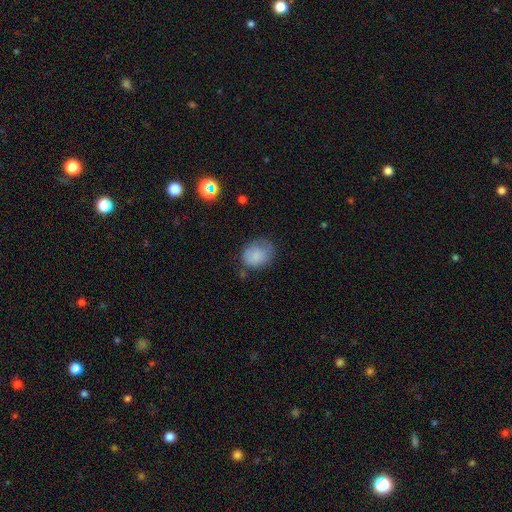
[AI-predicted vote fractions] A smooth galaxy with no disk features (80%) that is round (54%).

Vote fractions:
- Smooth or featured? smooth: 80% / featured or disk: 11% / star or artifact: 9%
- How rounded? round: 54% / in between: 45% / cigar-shaped: 1%
- Merging? none: 58% / minor disturbance: 29% / major disturbance: 10% / merger: 3%